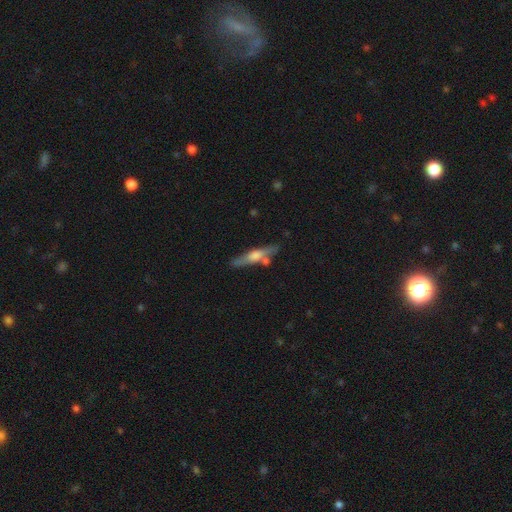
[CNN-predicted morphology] type=featured or disk (54%); edge-on=yes (90%); merging=none (75%).